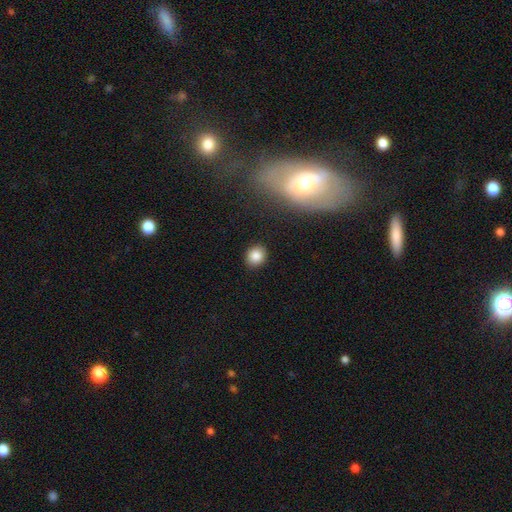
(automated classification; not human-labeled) Smooth or featured: smooth — 85% (star or artifact — 10%)
How rounded: round — 71% (in between — 28%)
Merging: none — 90% (minor disturbance — 7%)